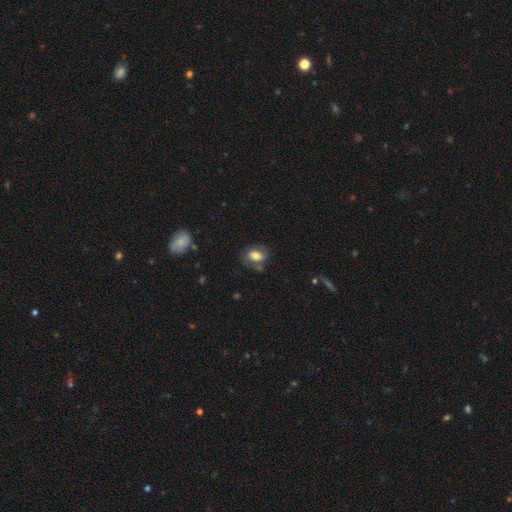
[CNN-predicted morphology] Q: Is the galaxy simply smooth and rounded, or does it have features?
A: smooth — 73%.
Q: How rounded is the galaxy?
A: in between — 74%.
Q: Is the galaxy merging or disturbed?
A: none — 64%.